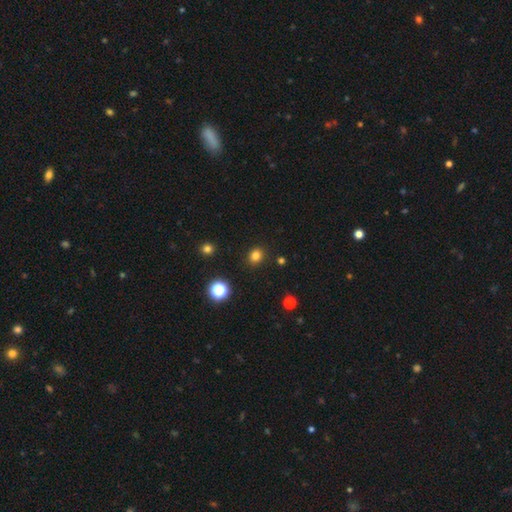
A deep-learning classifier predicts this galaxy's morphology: Overall: smooth (80%). How rounded: round (76%). Merging: none (90%).